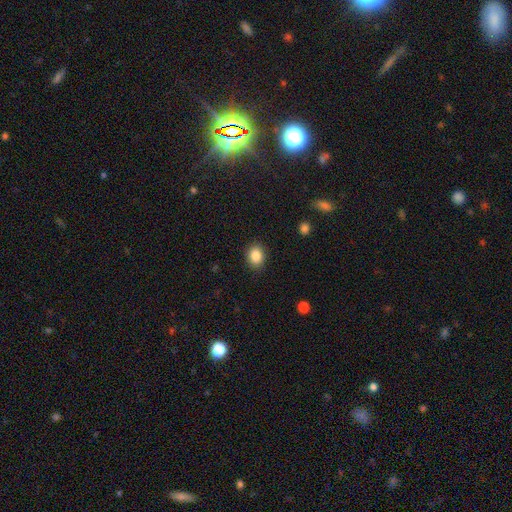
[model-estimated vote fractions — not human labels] Overall: smooth (87%). How rounded: in between (53%; round 46%). Merging: none (88%).